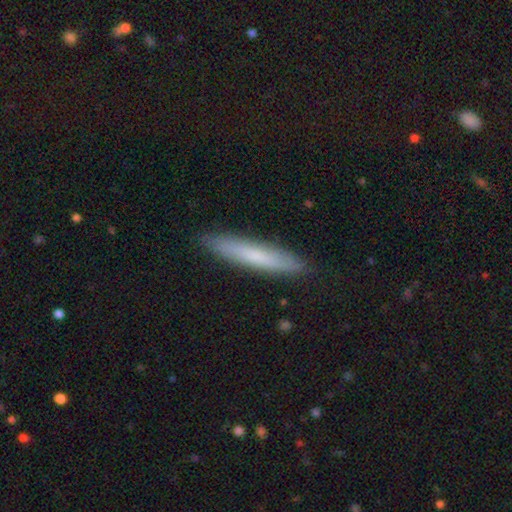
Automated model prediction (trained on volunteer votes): Q: Smooth or featured?
A: smooth (69%); runner-up: featured or disk (25%)
Q: How rounded?
A: cigar-shaped (92%); runner-up: in between (6%)
Q: Merging?
A: none (89%); runner-up: minor disturbance (8%)